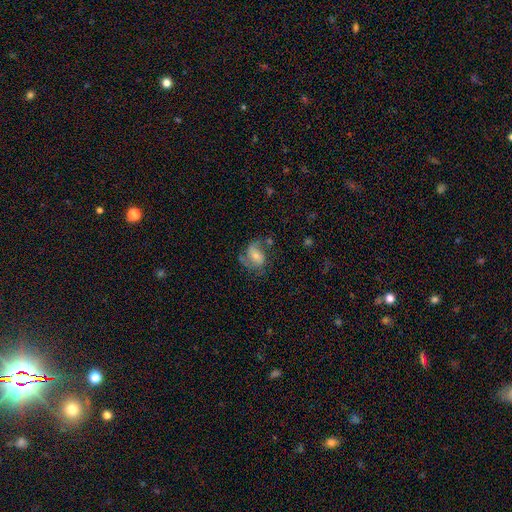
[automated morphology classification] type=featured or disk (54%); edge-on=no (97%); bar=no (51%); spiral arms=yes (79%); bulge=moderate (48%); merging=none (47%).